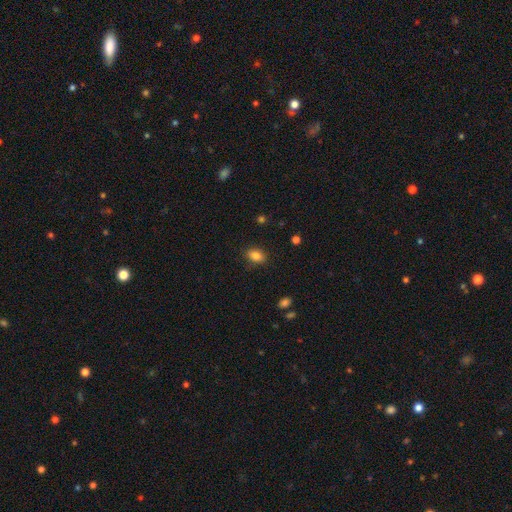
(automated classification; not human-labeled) Overall: smooth (85%). How rounded: in between (81%). Merging: none (84%).